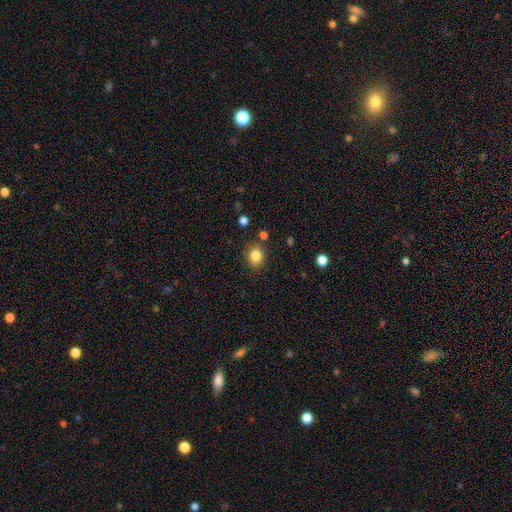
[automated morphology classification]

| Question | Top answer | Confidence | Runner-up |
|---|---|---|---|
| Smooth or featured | smooth | 84% | star or artifact (11%) |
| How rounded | round | 56% | in between (43%) |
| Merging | none | 83% | minor disturbance (10%) |